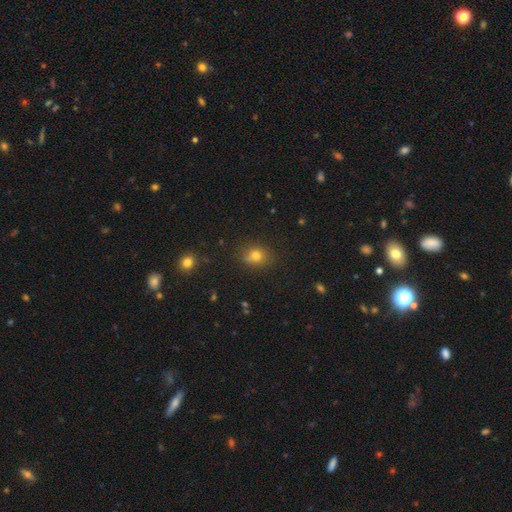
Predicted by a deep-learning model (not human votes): Smooth or featured? smooth (73%)
How rounded? round (59%)
Merging? none (69%)